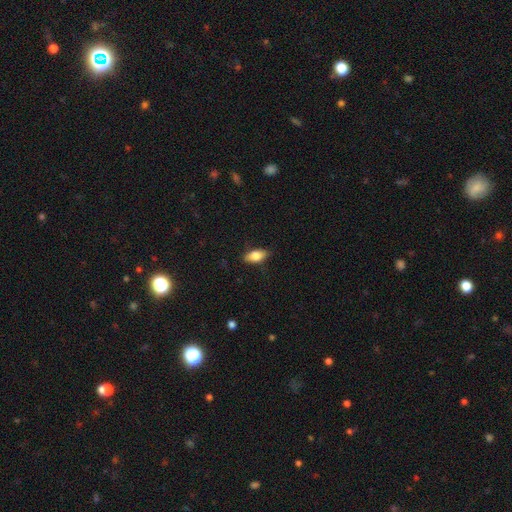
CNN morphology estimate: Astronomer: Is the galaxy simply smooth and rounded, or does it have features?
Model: smooth — 77%.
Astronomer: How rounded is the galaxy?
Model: in between — 87%.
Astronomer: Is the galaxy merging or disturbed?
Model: none — 82%.